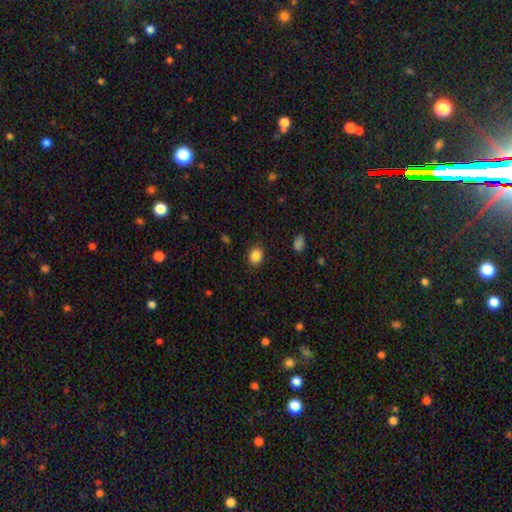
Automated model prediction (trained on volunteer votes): Smooth or featured? smooth (86%)
How rounded? round (52%)
Merging? none (86%)